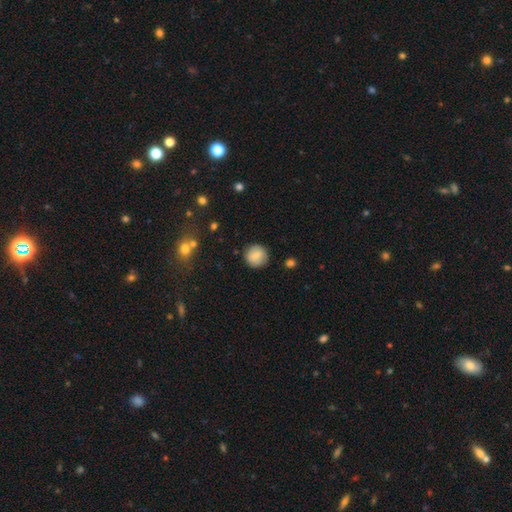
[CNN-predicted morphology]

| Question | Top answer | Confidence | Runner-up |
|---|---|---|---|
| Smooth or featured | smooth | 80% | featured or disk (12%) |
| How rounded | round | 92% | in between (7%) |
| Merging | none | 87% | minor disturbance (9%) |